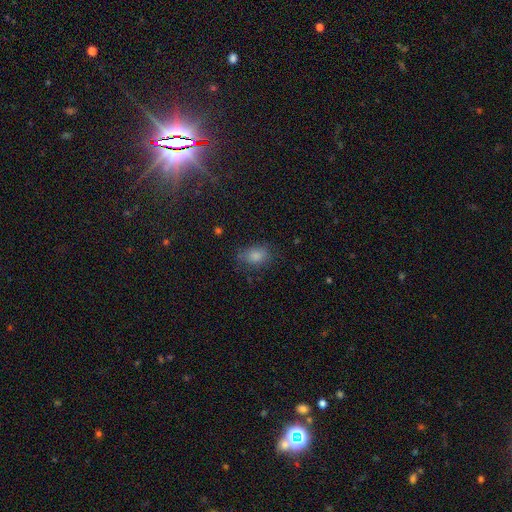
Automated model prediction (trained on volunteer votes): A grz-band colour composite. It shows a smooth galaxy with no disk features (83%) that is in between round and cigar-shaped (75%). Merging: none (67%).